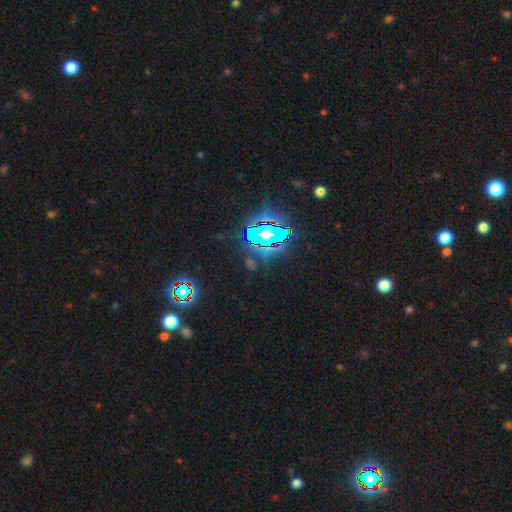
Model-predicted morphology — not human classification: star or artifact 81%, smooth 10%, featured or disk 8%.